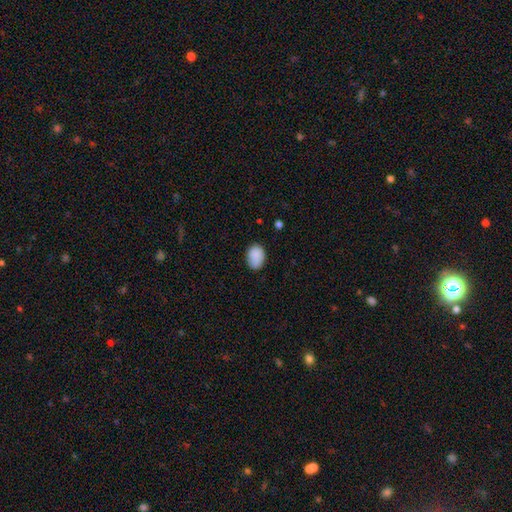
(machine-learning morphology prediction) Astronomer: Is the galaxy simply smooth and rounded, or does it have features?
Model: smooth — 89%.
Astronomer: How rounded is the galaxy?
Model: in between — 77%.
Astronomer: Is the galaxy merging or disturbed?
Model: none — 77%.